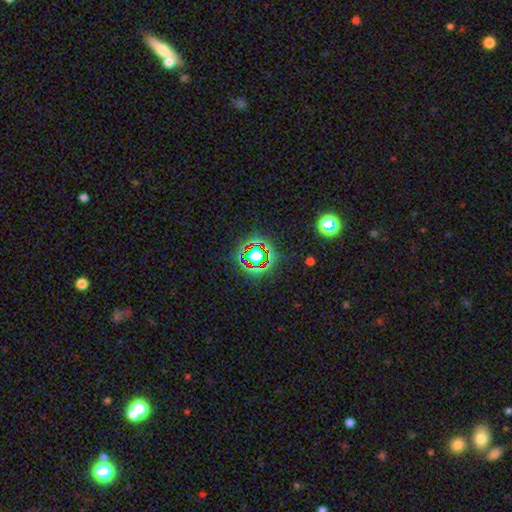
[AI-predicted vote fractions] The model was most divided on "smooth or featured": star or artifact: 63%, smooth: 25%, featured or disk: 12%.